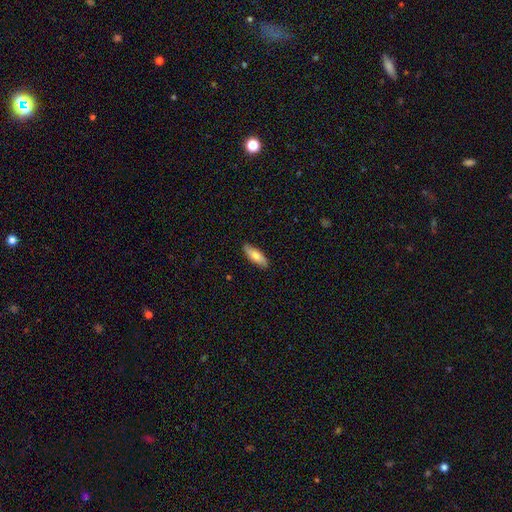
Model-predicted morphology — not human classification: smooth 77%, featured or disk 17%, star or artifact 6%. Down the decision tree: how rounded — in between (58%); merging — none (88%).